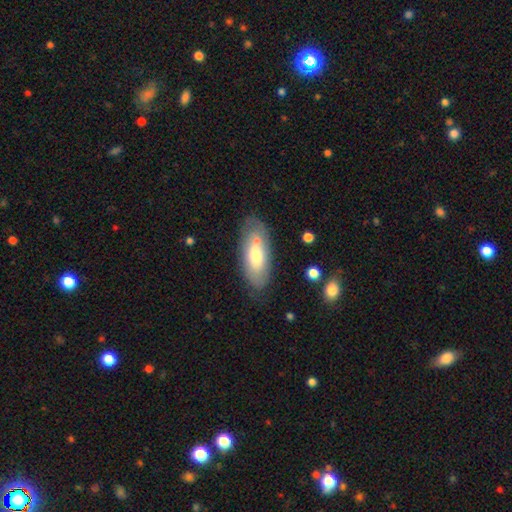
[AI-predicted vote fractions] Overall: smooth (64%; featured or disk 29%). How rounded: in between (83%). Merging: none (68%).